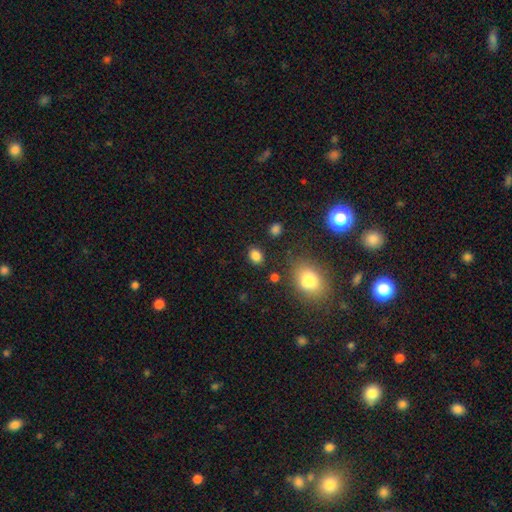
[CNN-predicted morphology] The model was most divided on "how rounded": in between: 56%, round: 43%, cigar-shaped: 1%. More confident: merging — none (83%); smooth or featured — smooth (83%).